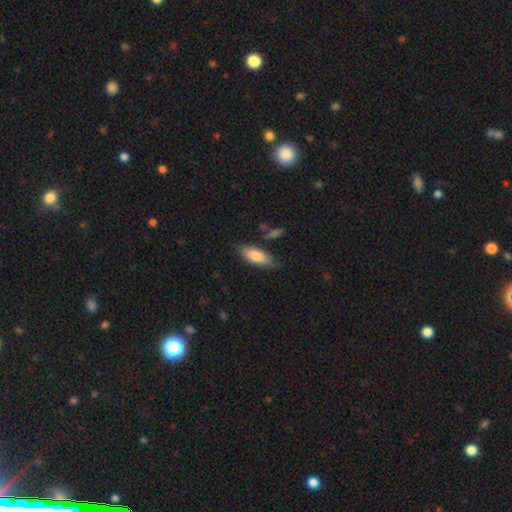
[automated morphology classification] The model was most divided on "how rounded": in between: 72%, cigar-shaped: 26%, round: 2%. More confident: smooth or featured — smooth (79%); merging — none (74%).